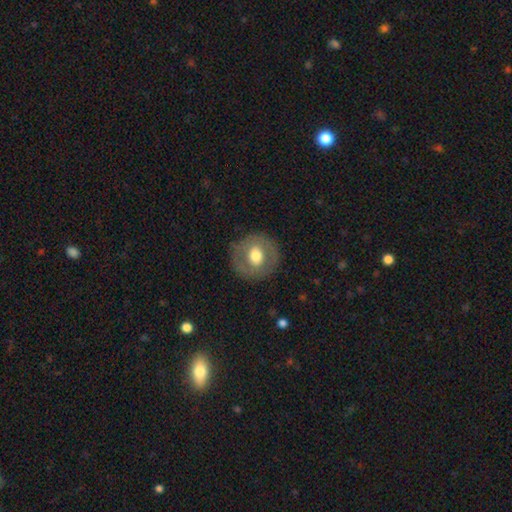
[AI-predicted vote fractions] Smooth or featured: smooth — 55% (featured or disk — 38%)
How rounded: round — 89% (in between — 10%)
Merging: none — 84% (minor disturbance — 10%)